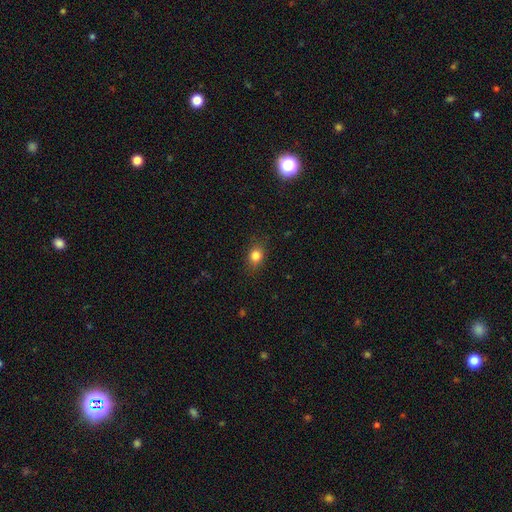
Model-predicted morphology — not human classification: smooth-or-featured: smooth: 82% | star or artifact: 11% | featured or disk: 7%
  how-rounded: in between: 50% | round: 48% | cigar-shaped: 2%
  merging: none: 84% | minor disturbance: 12% | major disturbance: 3% | merger: 1%